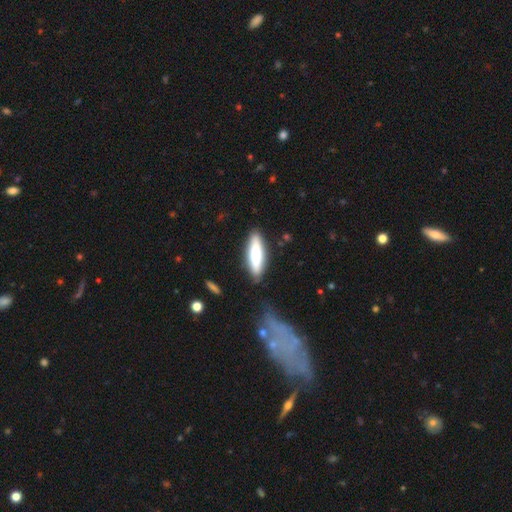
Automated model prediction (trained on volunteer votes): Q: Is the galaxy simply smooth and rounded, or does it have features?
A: smooth — 62%.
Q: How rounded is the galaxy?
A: cigar-shaped — 59%.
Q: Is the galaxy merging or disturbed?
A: none — 83%.